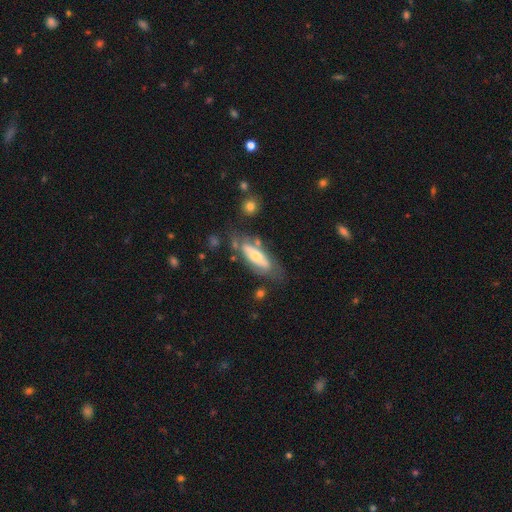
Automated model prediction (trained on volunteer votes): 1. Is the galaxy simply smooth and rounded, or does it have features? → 52% featured or disk, 42% smooth, 6% star or artifact.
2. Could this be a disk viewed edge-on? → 66% no, 34% yes.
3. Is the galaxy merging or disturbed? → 60% none, 22% minor disturbance, 11% major disturbance, 7% merger.